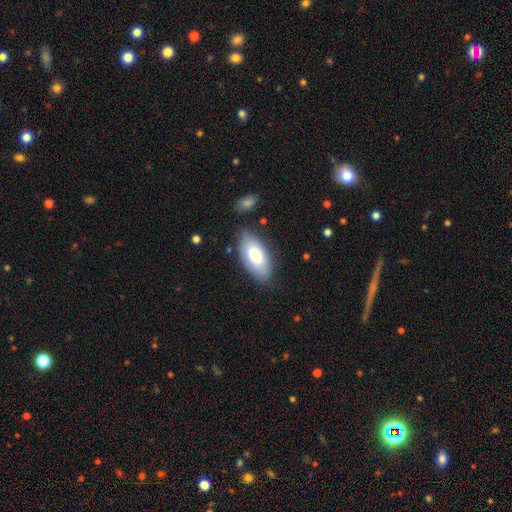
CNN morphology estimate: Smooth or featured? smooth (76%)
How rounded? in between (93%)
Merging? none (78%)